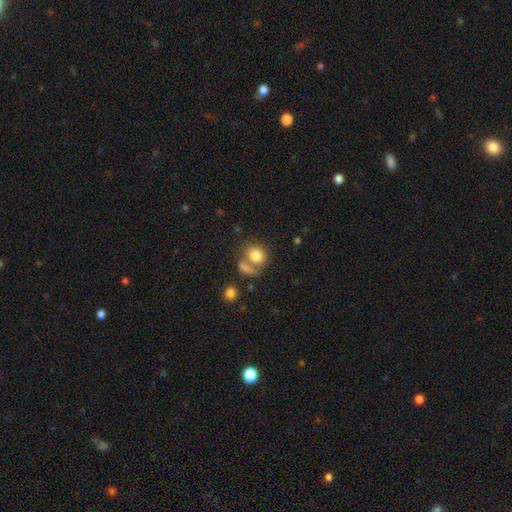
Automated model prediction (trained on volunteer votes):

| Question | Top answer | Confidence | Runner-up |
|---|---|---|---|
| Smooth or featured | smooth | 80% | featured or disk (10%) |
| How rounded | round | 58% | in between (41%) |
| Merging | none | 44% | merger (36%) |